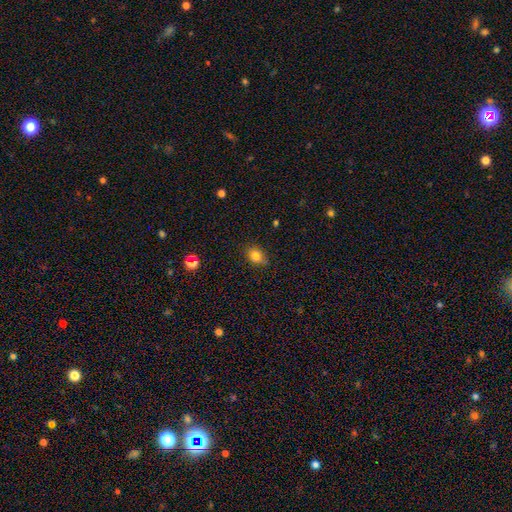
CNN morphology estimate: This is likely a smooth galaxy (80%). How rounded: possibly in between (51%). Merging: likely none (77%).